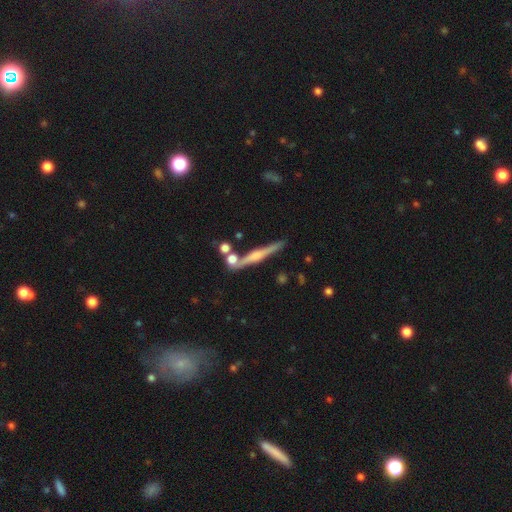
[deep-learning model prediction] Smooth or featured? featured or disk (69%)
Edge-on disk? yes (97%)
Edge-on bulge? rounded (76%)
Merging? none (78%)